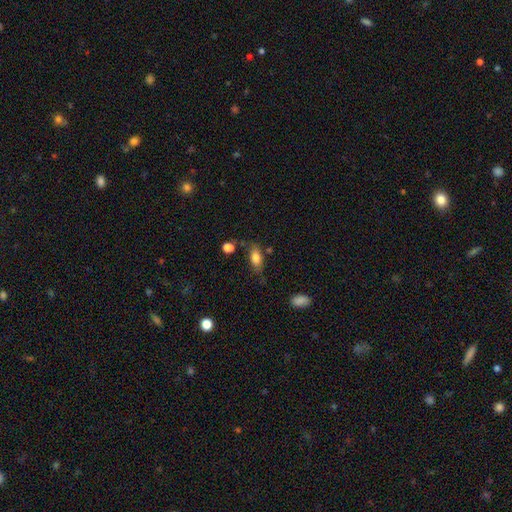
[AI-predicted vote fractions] smooth-or-featured: smooth: 77% | featured or disk: 14% | star or artifact: 9%
  how-rounded: in between: 85% | cigar-shaped: 10% | round: 5%
  merging: none: 70% | minor disturbance: 19% | merger: 6% | major disturbance: 6%